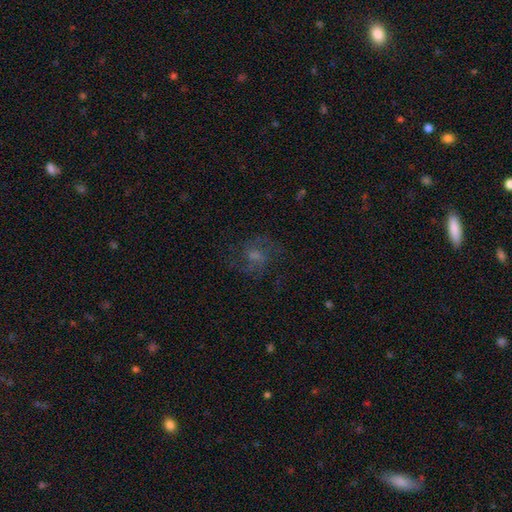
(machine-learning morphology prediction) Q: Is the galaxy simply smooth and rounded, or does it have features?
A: featured or disk — 57%.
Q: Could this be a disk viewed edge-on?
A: no — 97%.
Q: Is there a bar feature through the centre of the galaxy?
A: no — 48%.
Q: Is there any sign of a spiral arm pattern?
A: yes — 81%.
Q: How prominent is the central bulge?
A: moderate — 34%.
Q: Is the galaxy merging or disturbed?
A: none — 63%.